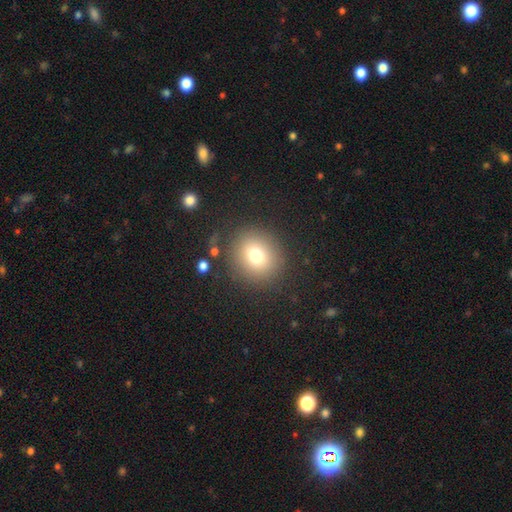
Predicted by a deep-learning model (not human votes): Smooth or featured: smooth — 74% (star or artifact — 14%)
How rounded: round — 87% (in between — 12%)
Merging: none — 86% (minor disturbance — 8%)